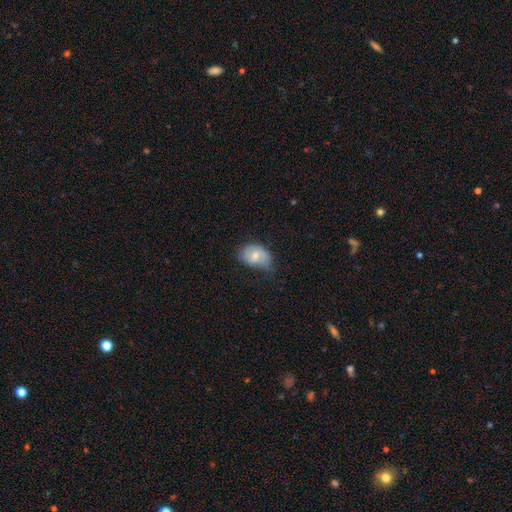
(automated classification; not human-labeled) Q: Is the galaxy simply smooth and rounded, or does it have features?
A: smooth — 54%.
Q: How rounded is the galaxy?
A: in between — 77%.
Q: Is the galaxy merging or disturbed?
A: none — 50%.